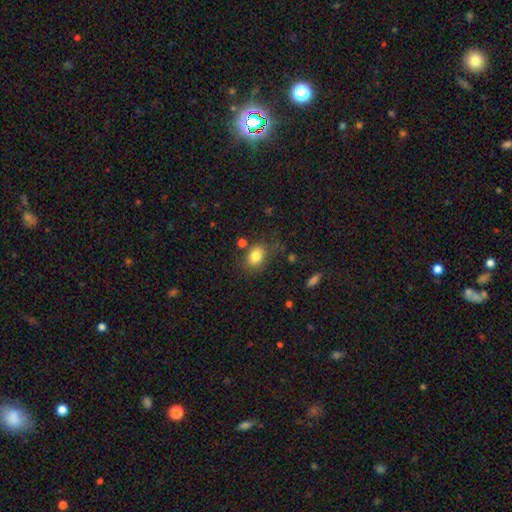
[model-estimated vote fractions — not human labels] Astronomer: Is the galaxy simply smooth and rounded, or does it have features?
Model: smooth — 82%.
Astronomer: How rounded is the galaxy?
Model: in between — 67%.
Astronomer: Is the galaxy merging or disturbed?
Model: none — 73%.